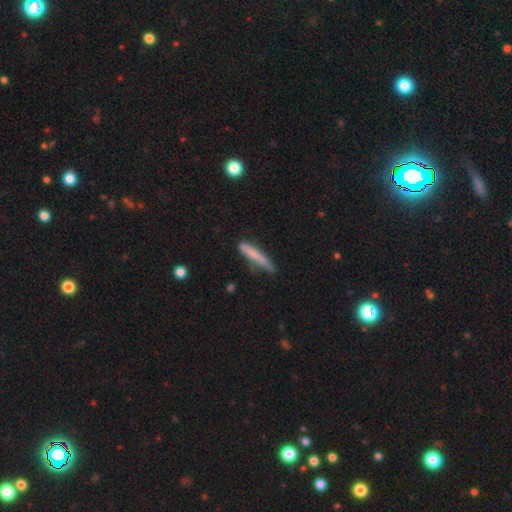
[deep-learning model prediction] Morphology: type=smooth (74%); roundness=cigar-shaped (94%); merging=none (65%).